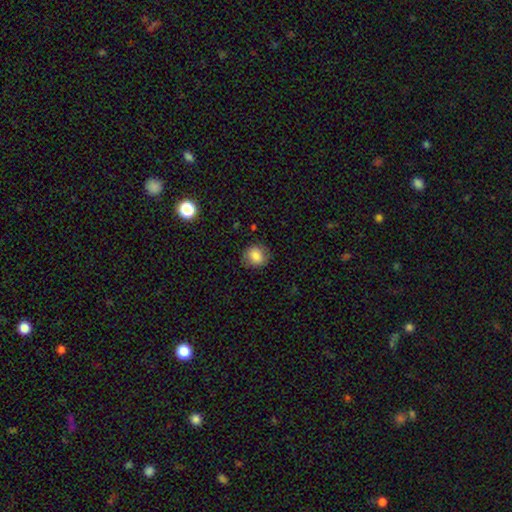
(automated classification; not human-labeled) smooth_or_featured: smooth (p=0.81) [alt: star or artifact p=0.09]
how_rounded: round (p=0.79) [alt: in between p=0.20]
merging: none (p=0.81) [alt: minor disturbance p=0.14]